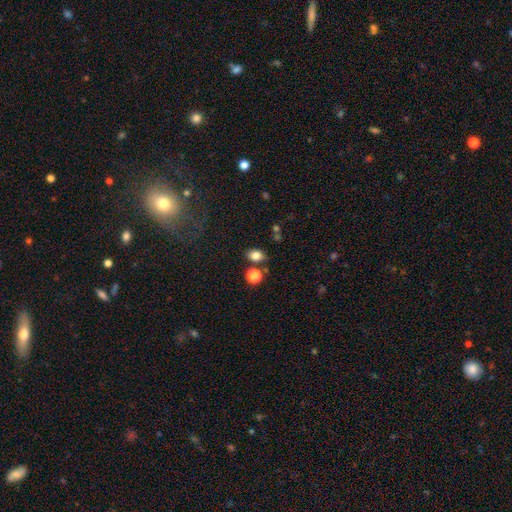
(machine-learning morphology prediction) smooth 81%, star or artifact 12%, featured or disk 7%. Down the decision tree: how rounded — in between (67%); merging — none (75%).